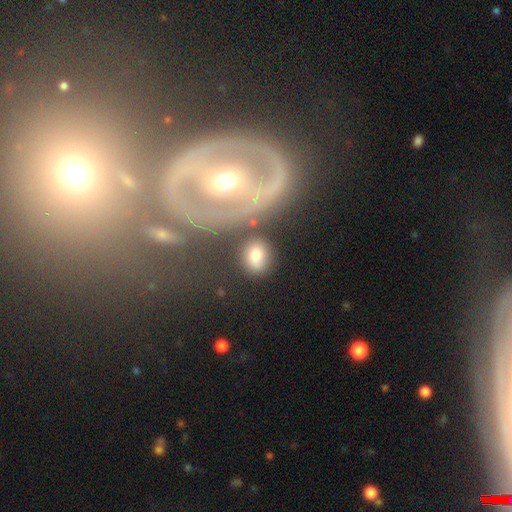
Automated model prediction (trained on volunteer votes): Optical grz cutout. It shows a smooth galaxy with no disk features (77%) that is round (55%). Merging: none (73%).